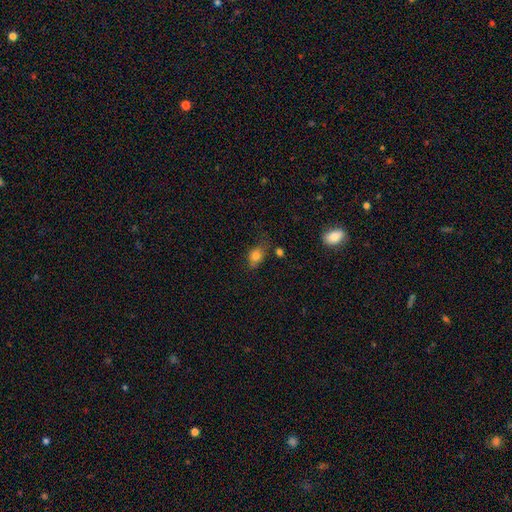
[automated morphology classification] Smooth or featured?
  - smooth: 79% *
  - featured or disk: 11%
  - star or artifact: 10%
How rounded?
  - in between: 72% *
  - round: 25%
  - cigar-shaped: 3%
Merging?
  - none: 58% *
  - minor disturbance: 28%
  - major disturbance: 9%
  - merger: 5%